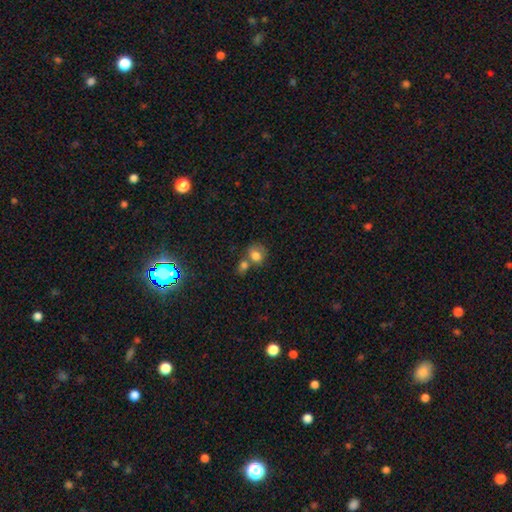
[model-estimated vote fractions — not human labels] smooth_or_featured: smooth (p=0.78) [alt: featured or disk p=0.12]
how_rounded: round (p=0.65) [alt: in between p=0.34]
merging: merger (p=0.46) [alt: none p=0.37]